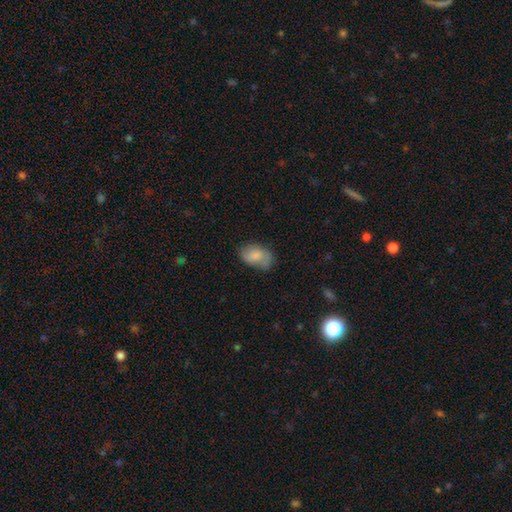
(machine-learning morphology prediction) Smooth or featured? smooth (70%)
How rounded? in between (89%)
Merging? none (62%)